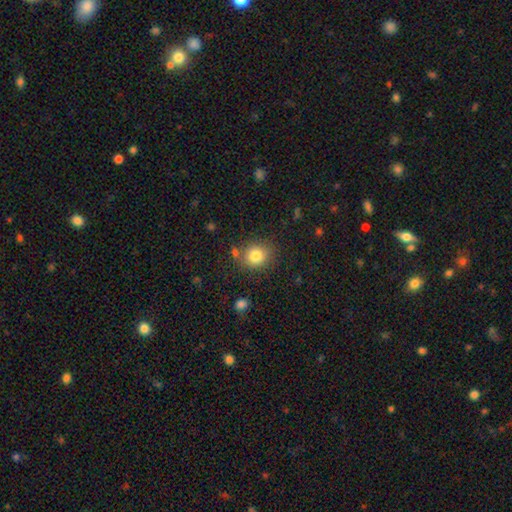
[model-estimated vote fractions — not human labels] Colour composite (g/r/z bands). It shows a smooth galaxy with no disk features (82%) that is round (73%). Merging: none (78%).